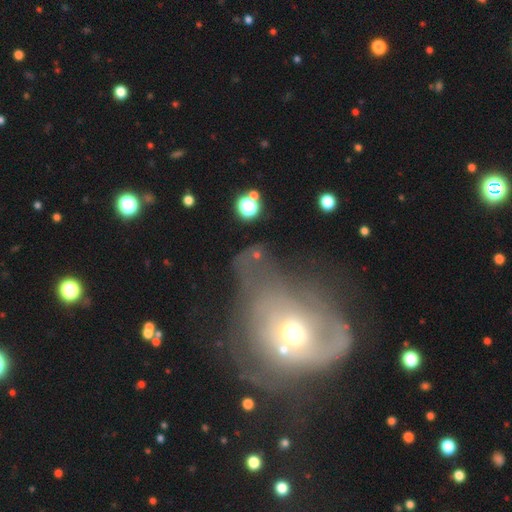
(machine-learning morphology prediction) Smooth or featured: smooth — 43% (featured or disk — 31%)
Merging: none — 41% (major disturbance — 26%)